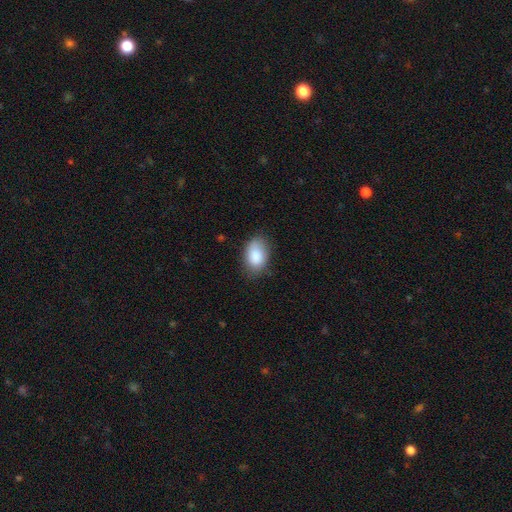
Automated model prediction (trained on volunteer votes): Overall: smooth (87%). How rounded: in between (90%). Merging: none (76%).